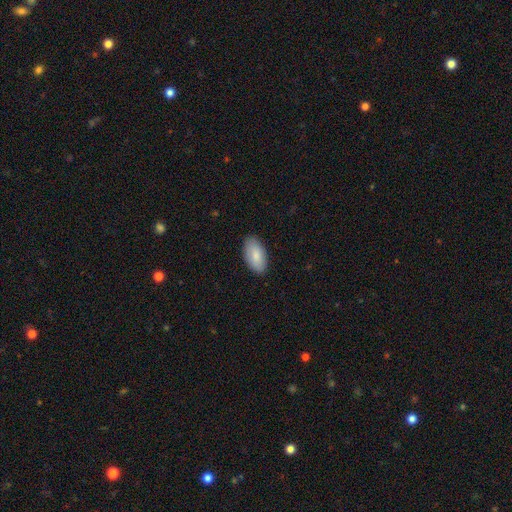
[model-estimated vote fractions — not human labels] smooth-or-featured: smooth: 87% | featured or disk: 8% | star or artifact: 5%
  how-rounded: in between: 95% | cigar-shaped: 3% | round: 2%
  merging: none: 87% | minor disturbance: 10% | major disturbance: 2% | merger: 1%